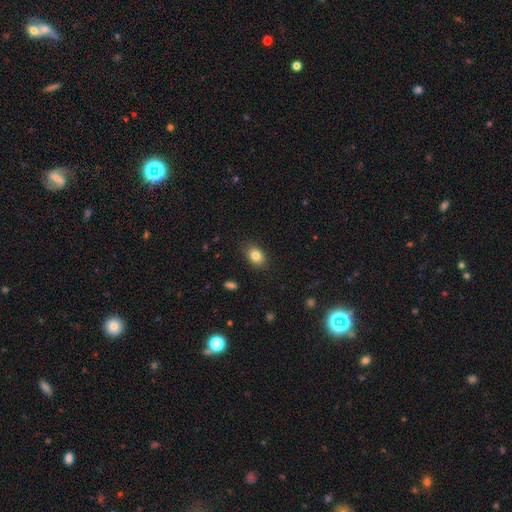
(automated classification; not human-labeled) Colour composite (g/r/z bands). It shows a smooth galaxy with no disk features (83%) that is in between round and cigar-shaped (74%). Merging: none (85%).